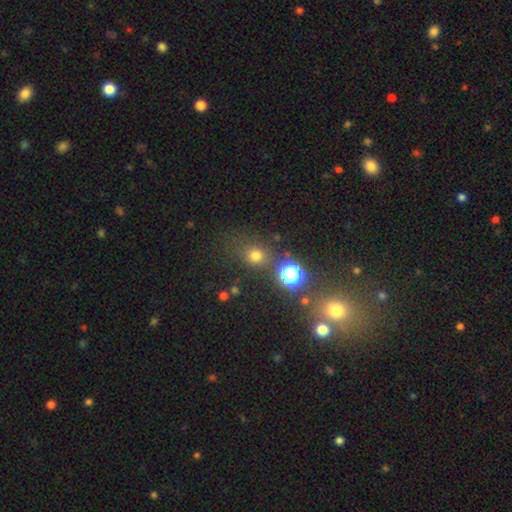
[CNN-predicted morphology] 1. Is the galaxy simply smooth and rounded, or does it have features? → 70% smooth, 23% star or artifact, 7% featured or disk.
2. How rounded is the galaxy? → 78% round, 21% in between, 1% cigar-shaped.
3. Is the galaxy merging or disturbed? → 74% none, 12% minor disturbance, 7% merger, 7% major disturbance.